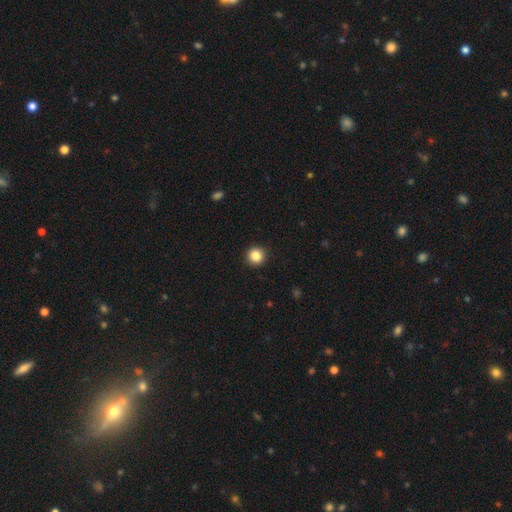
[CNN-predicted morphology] smooth-or-featured: smooth: 86% | star or artifact: 10% | featured or disk: 4%
  how-rounded: round: 95% | in between: 4% | cigar-shaped: 1%
  merging: none: 93% | minor disturbance: 5% | major disturbance: 2% | merger: 1%